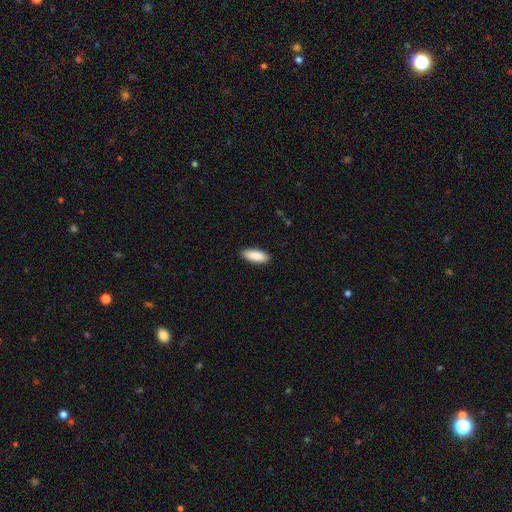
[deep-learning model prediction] Smooth or featured: smooth — 90% (star or artifact — 5%)
How rounded: in between — 74% (cigar-shaped — 24%)
Merging: none — 90% (minor disturbance — 7%)